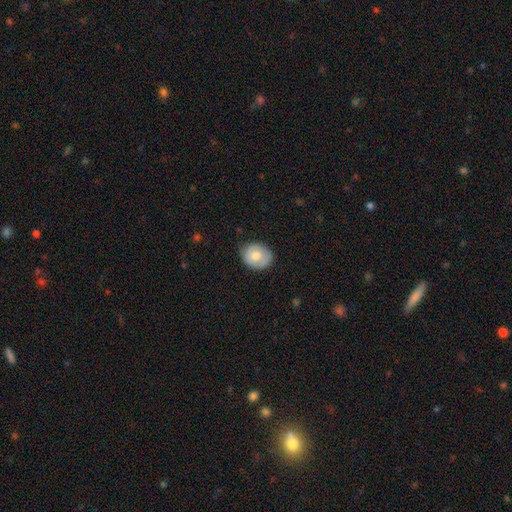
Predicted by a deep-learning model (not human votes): Smooth or featured: smooth — 65% (featured or disk — 28%)
How rounded: round — 60% (in between — 39%)
Merging: none — 76% (minor disturbance — 19%)